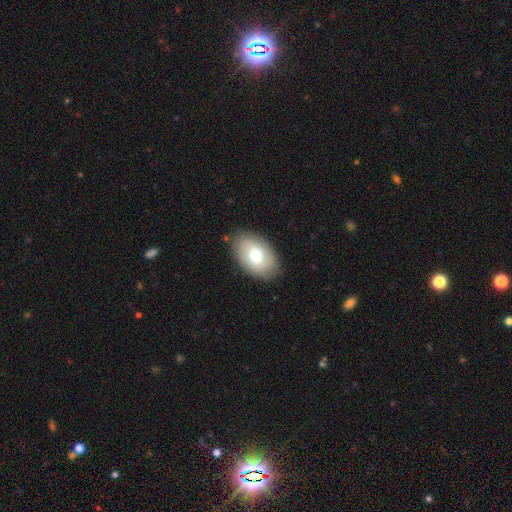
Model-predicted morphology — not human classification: This appears to be a smooth galaxy with no disk features (70%) that is in between round and cigar-shaped (90%). Merging: none (84%).